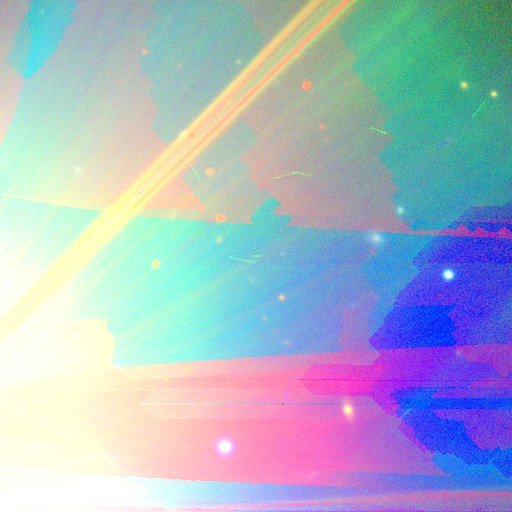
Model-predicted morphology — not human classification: smooth-or-featured: star or artifact: 86% | featured or disk: 7% | smooth: 7%